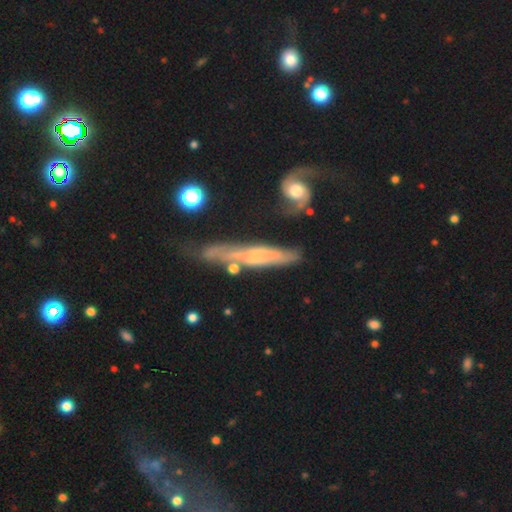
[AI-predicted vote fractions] Smooth or featured? featured or disk (67%)
Edge-on disk? yes (66%)
Merging? none (51%)